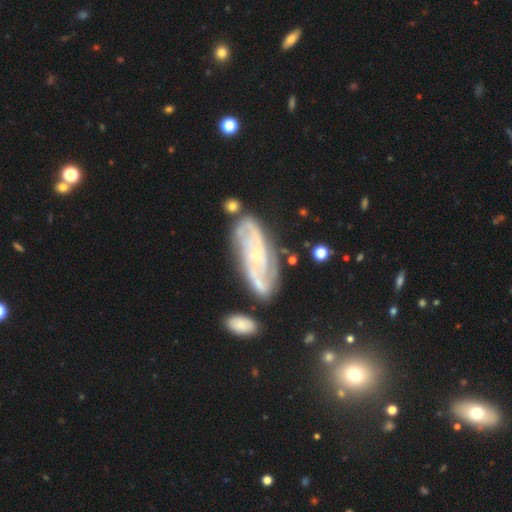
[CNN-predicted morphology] A featured or disk galaxy (83%) with no bar (63%), 2 (38%) tight (55%) spiral arms (95%) and a small central bulge (74%). Merging: none (70%).